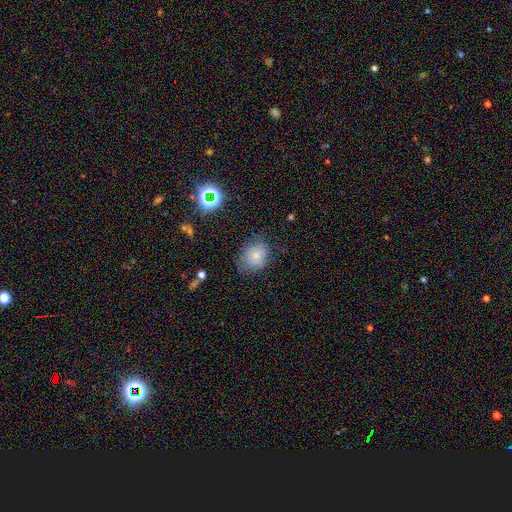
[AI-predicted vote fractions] Smooth or featured? Predicted: smooth (p=0.76). How rounded? Predicted: round (p=0.54). Merging? Predicted: none (p=0.63).